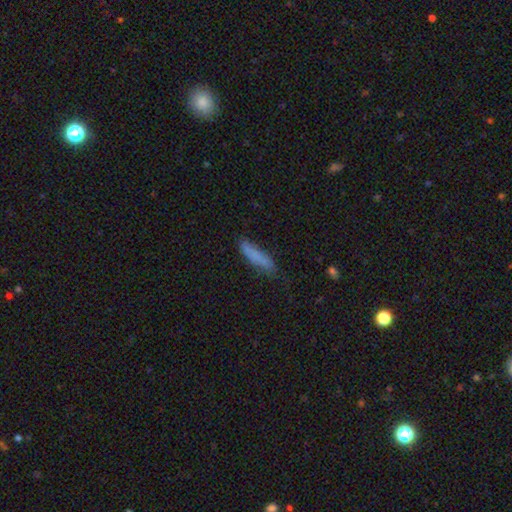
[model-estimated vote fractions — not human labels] The model was most divided on "merging": none: 75%, minor disturbance: 19%, major disturbance: 4%, merger: 2%. More confident: how rounded — cigar-shaped (84%); smooth or featured — smooth (79%).